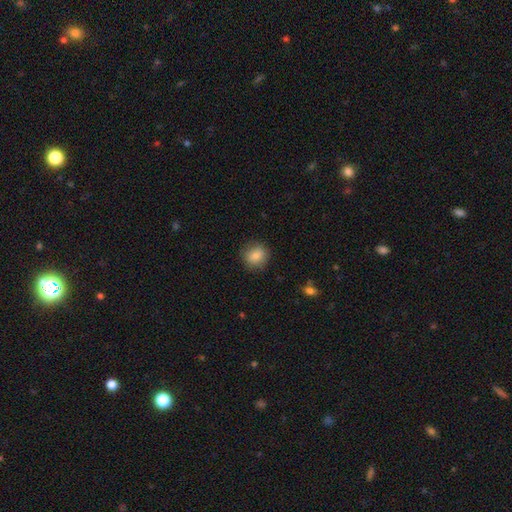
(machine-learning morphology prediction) The model was most divided on "how rounded": round: 84%, in between: 15%, cigar-shaped: 1%. More confident: merging — none (85%); smooth or featured — smooth (84%).